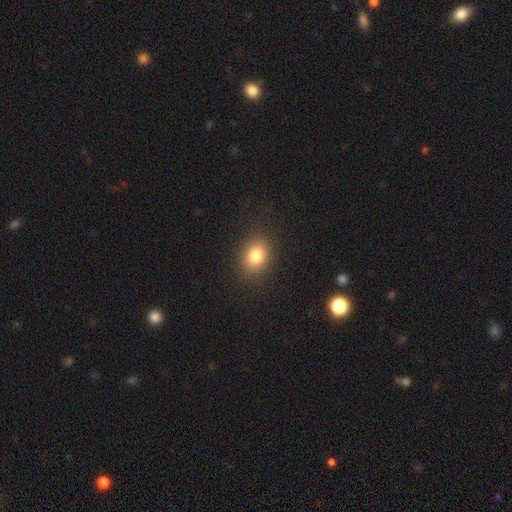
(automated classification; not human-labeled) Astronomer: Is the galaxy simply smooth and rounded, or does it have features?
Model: smooth — 82%.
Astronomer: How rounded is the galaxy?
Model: in between — 52% (runner-up: round, 47%).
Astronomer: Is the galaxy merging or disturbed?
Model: none — 88%.